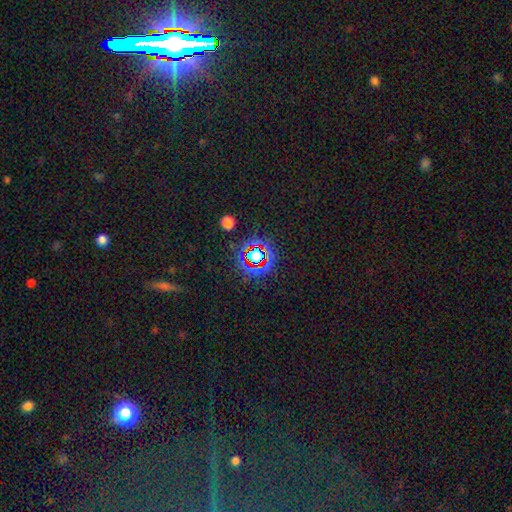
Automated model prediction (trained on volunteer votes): A star or artifact, not a galaxy (72%).

Vote fractions:
- Smooth or featured? star or artifact: 72% / smooth: 18% / featured or disk: 10%